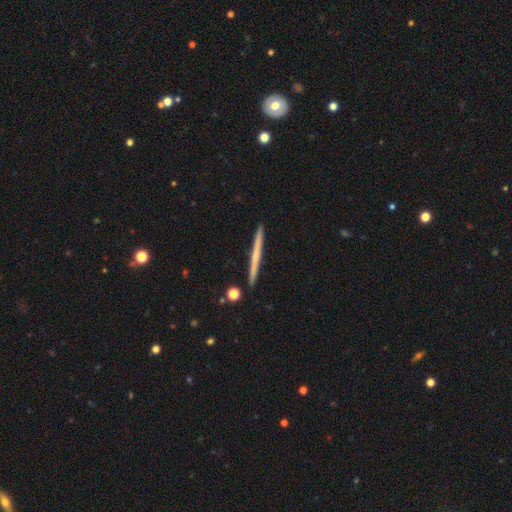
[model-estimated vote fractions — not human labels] The model was most divided on "smooth or featured": featured or disk: 55%, smooth: 39%, star or artifact: 5%. More confident: edge-on disk — yes (98%); merging — none (93%); edge-on bulge — none (73%).